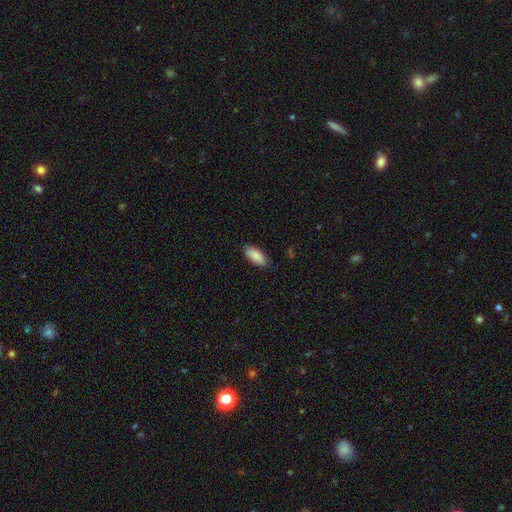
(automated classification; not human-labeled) Smooth or featured: smooth — 88% (star or artifact — 6%)
How rounded: in between — 89% (cigar-shaped — 9%)
Merging: none — 83% (minor disturbance — 13%)